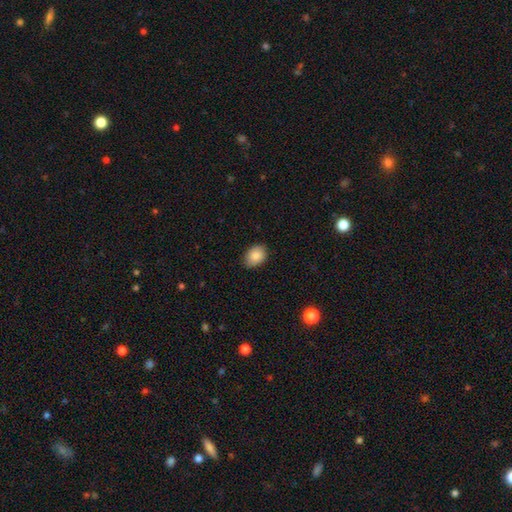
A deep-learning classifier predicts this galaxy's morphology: Q: Smooth or featured?
A: smooth (83%); runner-up: featured or disk (9%)
Q: How rounded?
A: in between (73%); runner-up: round (26%)
Q: Merging?
A: none (84%); runner-up: minor disturbance (13%)